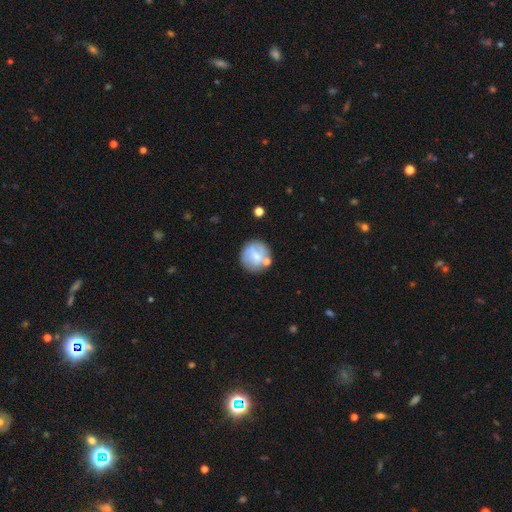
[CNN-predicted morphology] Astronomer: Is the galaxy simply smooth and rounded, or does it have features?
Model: smooth — 49% (runner-up: featured or disk, 43%).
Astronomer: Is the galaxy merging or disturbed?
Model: none — 67%.